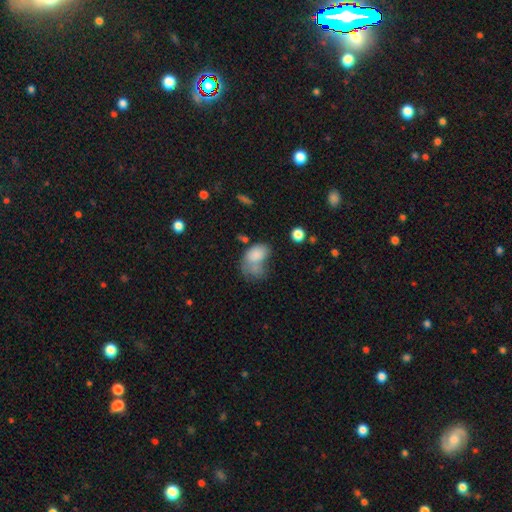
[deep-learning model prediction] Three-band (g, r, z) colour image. It shows a smooth galaxy with no disk features (75%) that is in between round and cigar-shaped (85%). Merging: major disturbance (34%).